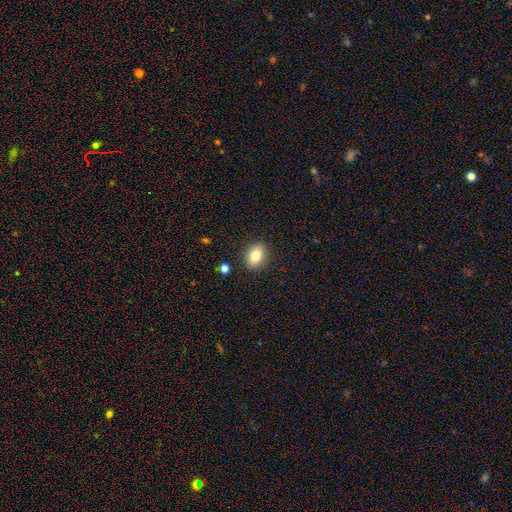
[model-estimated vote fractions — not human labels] Q: Smooth or featured?
A: smooth (78%); runner-up: featured or disk (13%)
Q: How rounded?
A: in between (78%); runner-up: round (19%)
Q: Merging?
A: none (86%); runner-up: minor disturbance (9%)